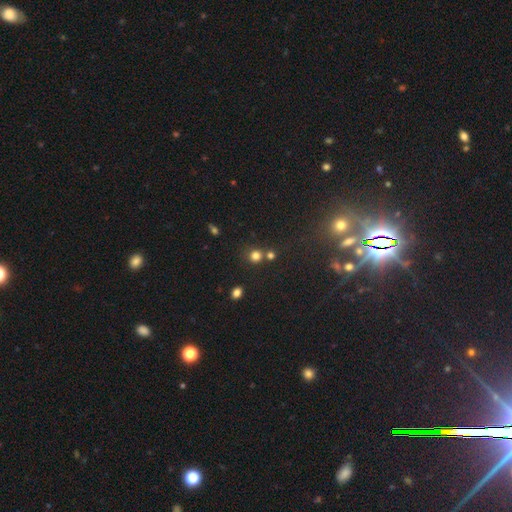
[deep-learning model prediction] smooth_or_featured: smooth (p=0.77) [alt: star or artifact p=0.17]
how_rounded: round (p=0.88) [alt: in between p=0.11]
merging: none (p=0.65) [alt: merger p=0.23]